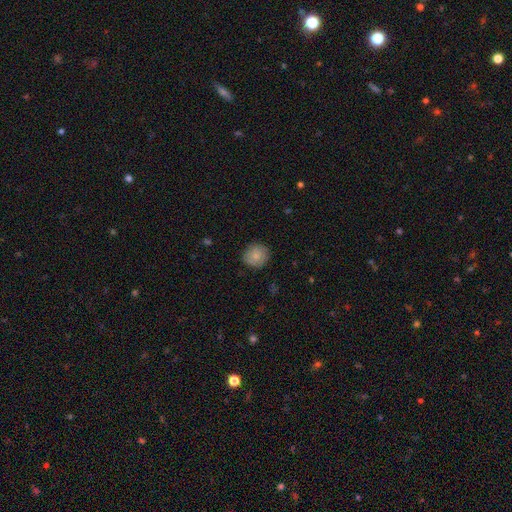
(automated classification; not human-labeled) Smooth or featured? Predicted: smooth (p=0.82). How rounded? Predicted: round (p=0.86). Merging? Predicted: none (p=0.85).